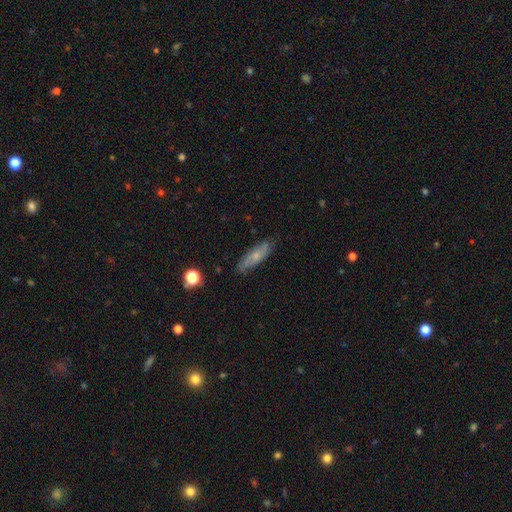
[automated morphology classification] type=smooth (55%); roundness=cigar-shaped (60%); merging=none (80%).